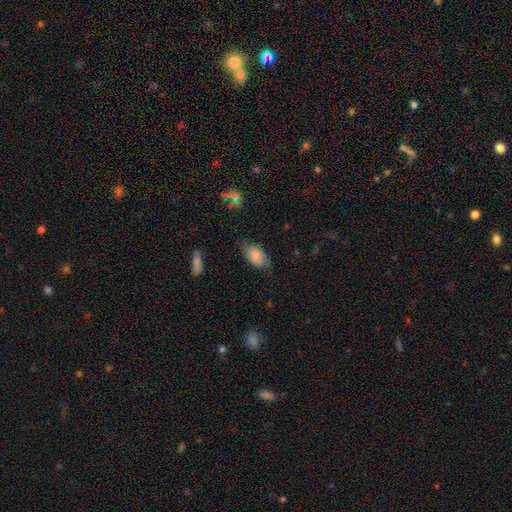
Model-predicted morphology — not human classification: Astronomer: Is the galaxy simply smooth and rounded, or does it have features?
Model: smooth — 73%.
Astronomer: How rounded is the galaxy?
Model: in between — 93%.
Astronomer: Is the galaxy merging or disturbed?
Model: none — 66%.